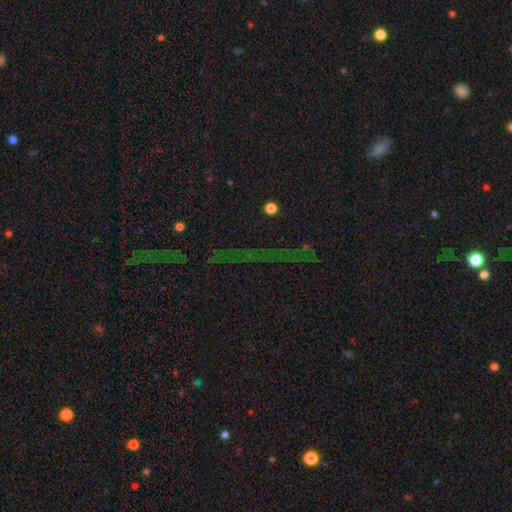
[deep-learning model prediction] Smooth or featured? Predicted: star or artifact (p=0.71).